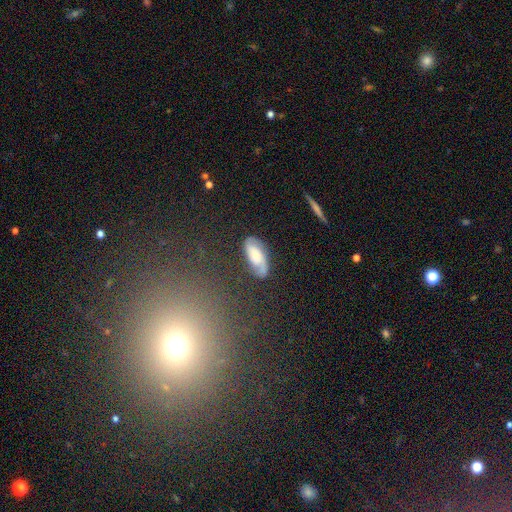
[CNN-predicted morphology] A featured or disk galaxy (61%) with no bar (62%), 2 (81%) medium (40%) spiral arms (91%) and a moderate central bulge (42%). Merging: none (72%).